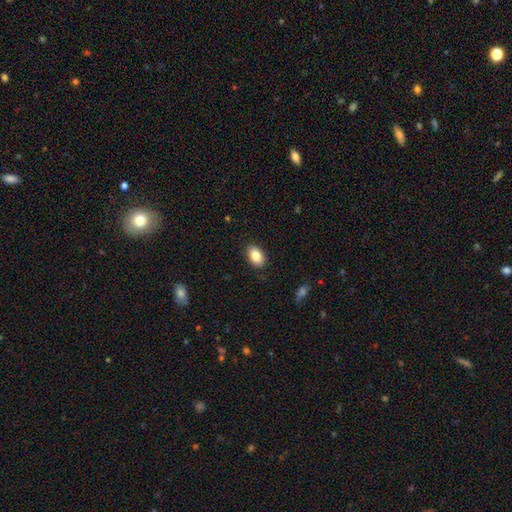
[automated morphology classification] smooth 85%, star or artifact 8%, featured or disk 7%. Down the decision tree: how rounded — in between (90%); merging — none (88%).